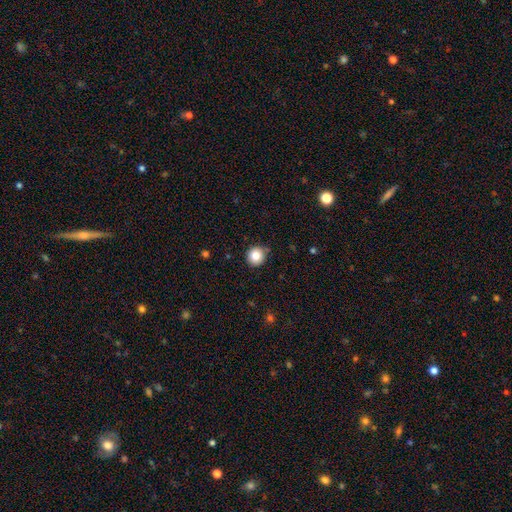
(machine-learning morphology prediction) Smooth or featured? Predicted: smooth (p=0.83). How rounded? Predicted: round (p=0.92). Merging? Predicted: none (p=0.87).